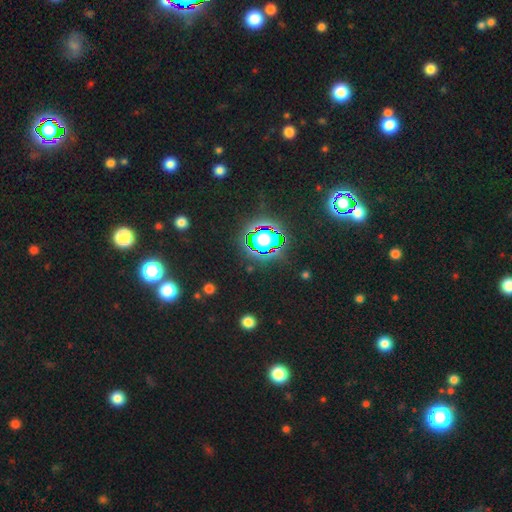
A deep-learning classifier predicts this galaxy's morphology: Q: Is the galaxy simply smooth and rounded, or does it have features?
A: star or artifact — 79%.